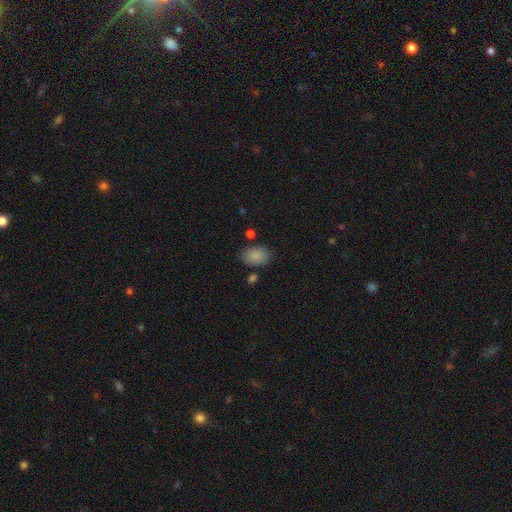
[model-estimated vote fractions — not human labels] smooth-or-featured: smooth: 87% | star or artifact: 7% | featured or disk: 5%
  how-rounded: in between: 86% | round: 13% | cigar-shaped: 1%
  merging: none: 78% | minor disturbance: 14% | merger: 4% | major disturbance: 4%